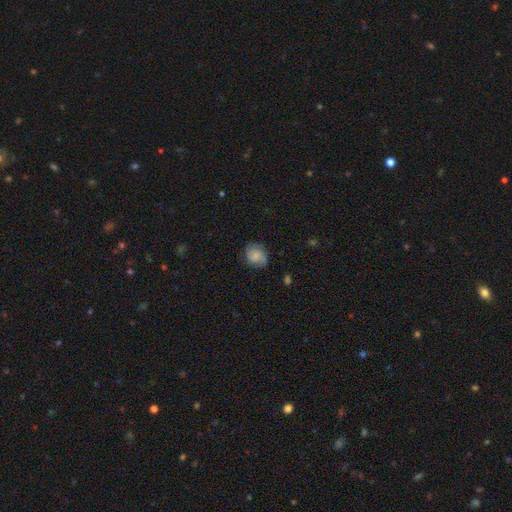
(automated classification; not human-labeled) Smooth or featured? smooth (65%)
How rounded? in between (50%)
Merging? none (69%)